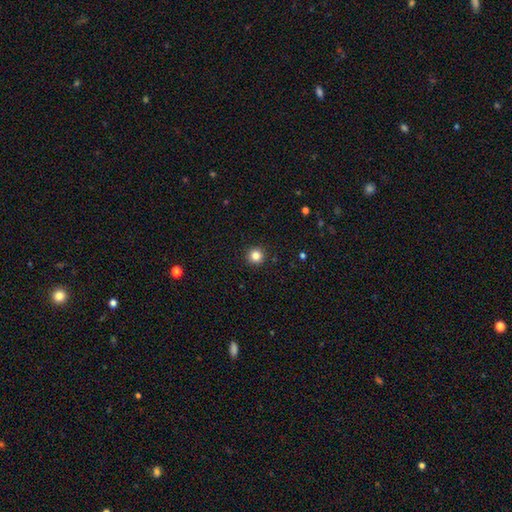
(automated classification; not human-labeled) Smooth or featured? Predicted: smooth (p=0.84). How rounded? Predicted: round (p=0.95). Merging? Predicted: none (p=0.93).